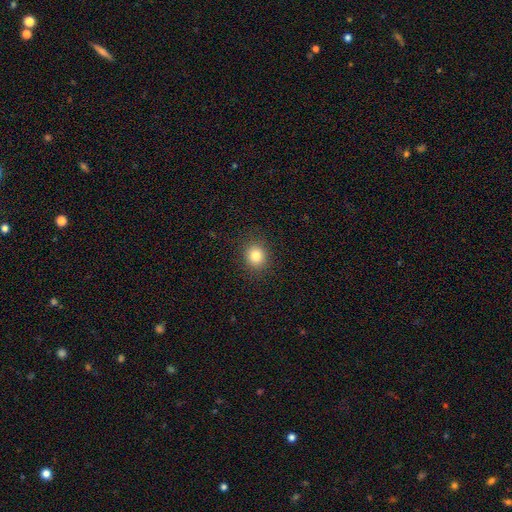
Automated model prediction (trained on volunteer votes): The model was most divided on "how rounded": round: 78%, in between: 21%, cigar-shaped: 1%. More confident: merging — none (90%); smooth or featured — smooth (83%).